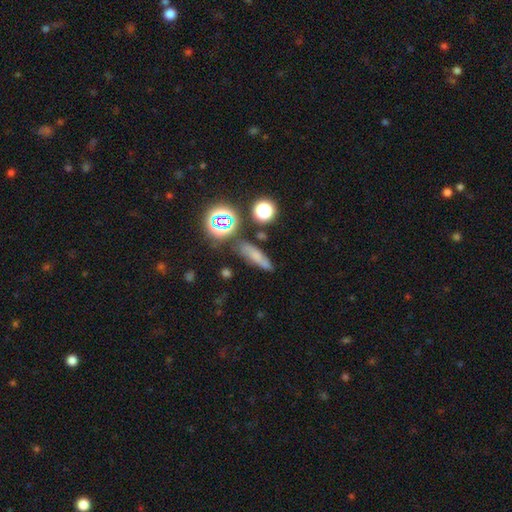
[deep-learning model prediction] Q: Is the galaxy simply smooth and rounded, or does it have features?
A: smooth — 60%.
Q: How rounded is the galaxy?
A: cigar-shaped — 54%.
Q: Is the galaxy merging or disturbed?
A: none — 71%.